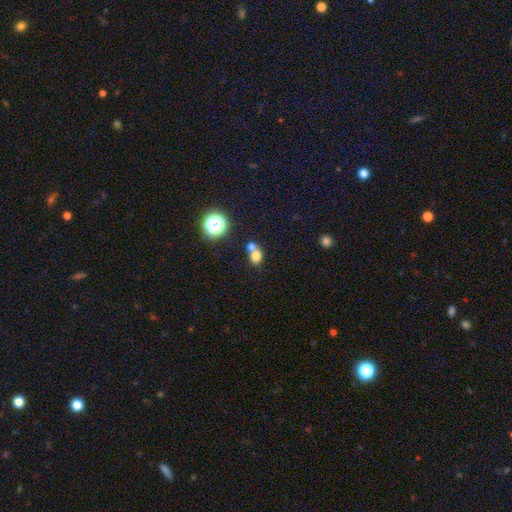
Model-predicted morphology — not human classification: Smooth or featured? Predicted: smooth (p=0.74). How rounded? Predicted: round (p=0.58). Merging? Predicted: merger (p=0.48).